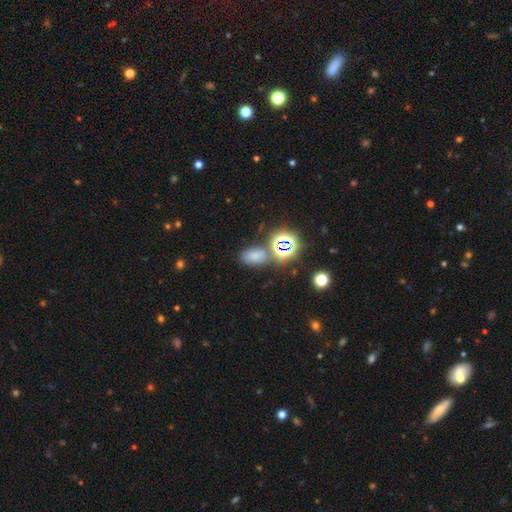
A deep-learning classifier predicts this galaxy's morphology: Smooth or featured: smooth — 60% (star or artifact — 31%)
How rounded: in between — 83% (round — 15%)
Merging: none — 68% (minor disturbance — 14%)